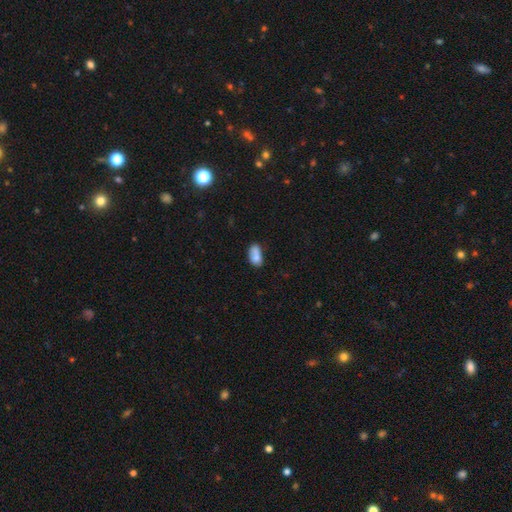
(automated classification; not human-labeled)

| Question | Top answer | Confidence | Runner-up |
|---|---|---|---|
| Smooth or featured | smooth | 76% | featured or disk (15%) |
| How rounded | in between | 89% | round (8%) |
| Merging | none | 44% | minor disturbance (25%) |